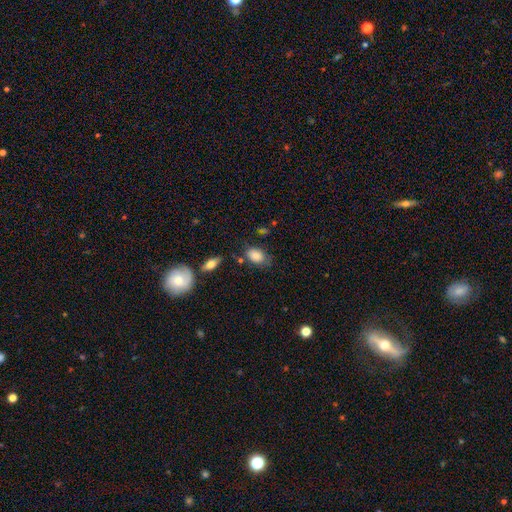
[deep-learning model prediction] The model was most divided on "merging": none: 63%, minor disturbance: 25%, major disturbance: 7%, merger: 5%. More confident: how rounded — in between (85%); smooth or featured — smooth (85%).